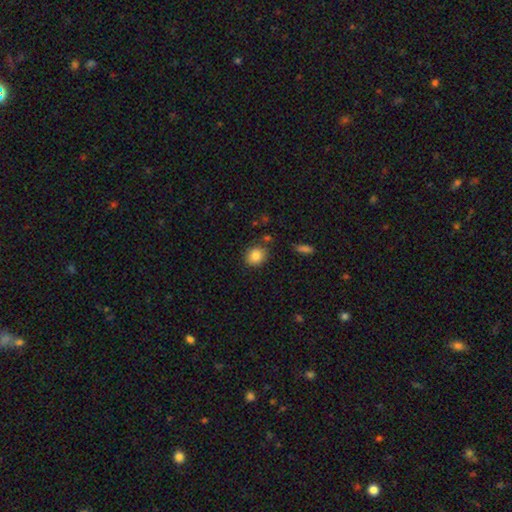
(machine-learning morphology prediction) Smooth or featured: smooth — 85% (star or artifact — 9%)
How rounded: round — 69% (in between — 30%)
Merging: none — 81% (minor disturbance — 12%)